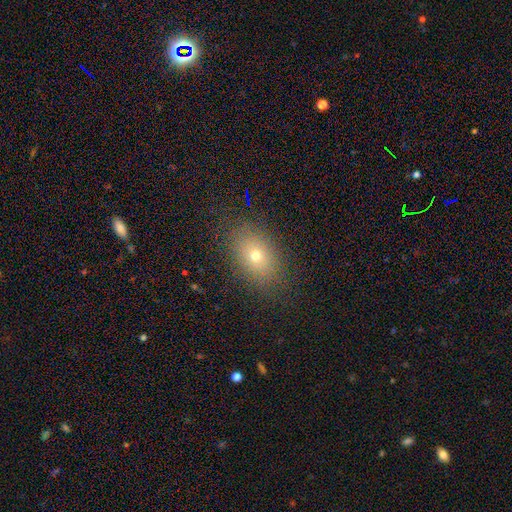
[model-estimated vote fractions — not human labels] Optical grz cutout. It shows a smooth galaxy with no disk features (70%) that is in between round and cigar-shaped (76%). Merging: none (86%).